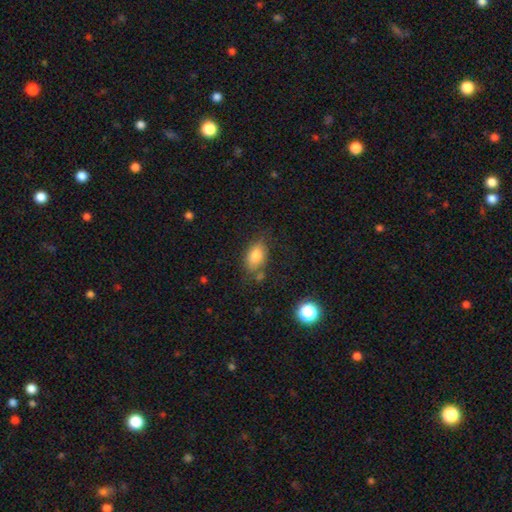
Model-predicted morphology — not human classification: Q: Smooth or featured?
A: smooth (80%); runner-up: featured or disk (10%)
Q: How rounded?
A: in between (86%); runner-up: round (12%)
Q: Merging?
A: none (69%); runner-up: minor disturbance (19%)